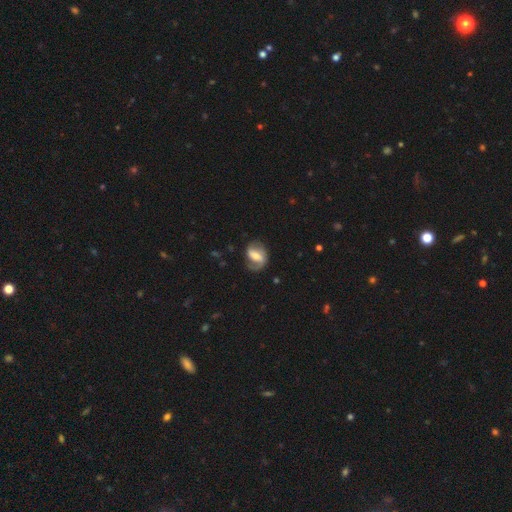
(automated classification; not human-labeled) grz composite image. It shows a featured or disk galaxy (67%) with a strong bar (43%), 2 (72%) medium (43%) spiral arms (84%) and a moderate central bulge (48%). Merging: none (65%).